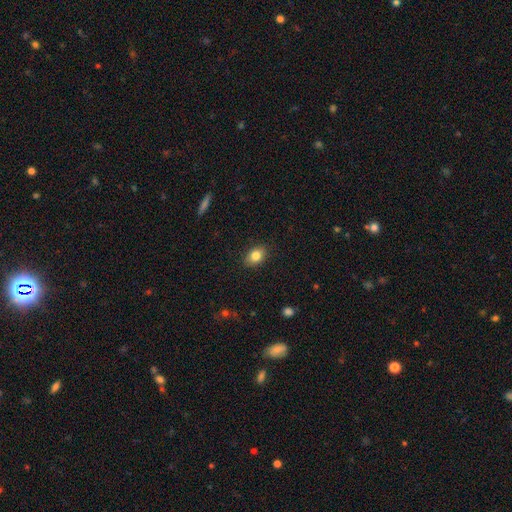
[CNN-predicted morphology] smooth 82%, featured or disk 9%, star or artifact 9%. Down the decision tree: how rounded — in between (75%); merging — none (87%).